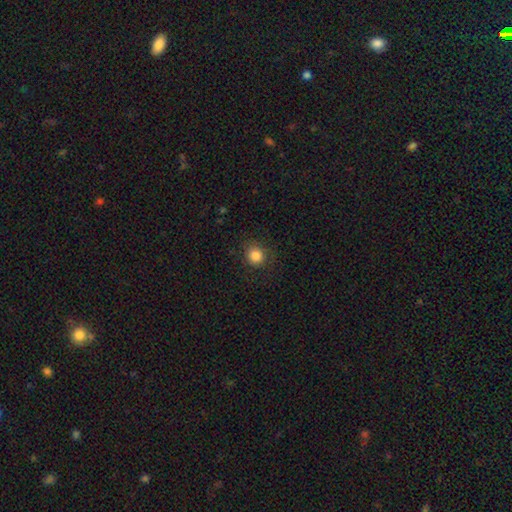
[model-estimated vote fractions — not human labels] The model was most divided on "merging": none: 82%, minor disturbance: 12%, major disturbance: 5%, merger: 1%. More confident: how rounded — round (87%); smooth or featured — smooth (84%).